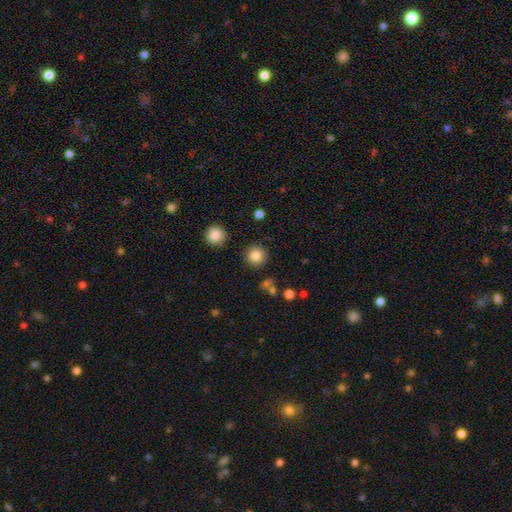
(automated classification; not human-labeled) Smooth or featured?
  - smooth: 85% *
  - star or artifact: 10%
  - featured or disk: 5%
How rounded?
  - round: 94% *
  - in between: 5%
  - cigar-shaped: 1%
Merging?
  - none: 88% *
  - minor disturbance: 7%
  - merger: 3%
  - major disturbance: 3%